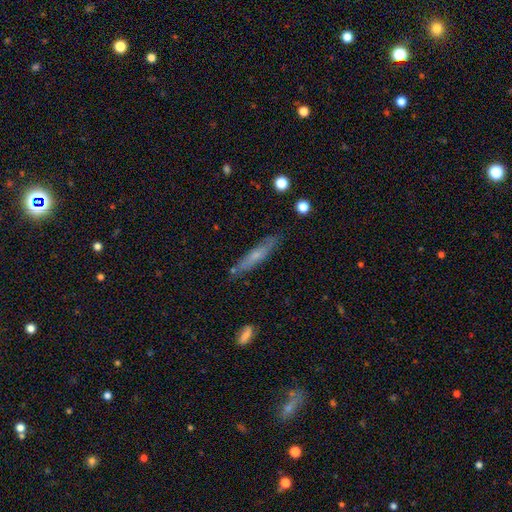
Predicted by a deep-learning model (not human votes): Morphology: type=smooth (50%); roundness=cigar-shaped (88%); merging=none (78%).